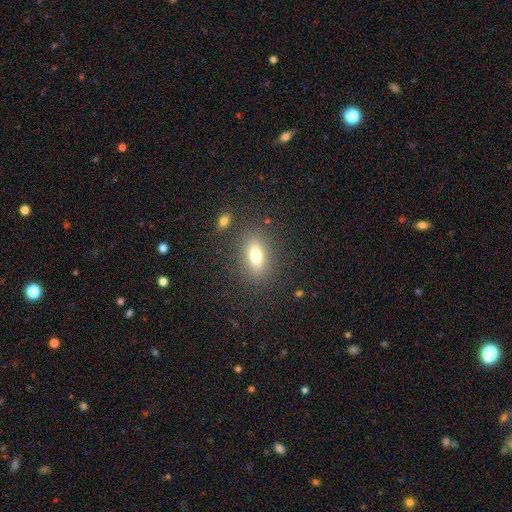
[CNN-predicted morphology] smooth 71%, featured or disk 18%, star or artifact 11%. Down the decision tree: how rounded — in between (78%); merging — none (84%).